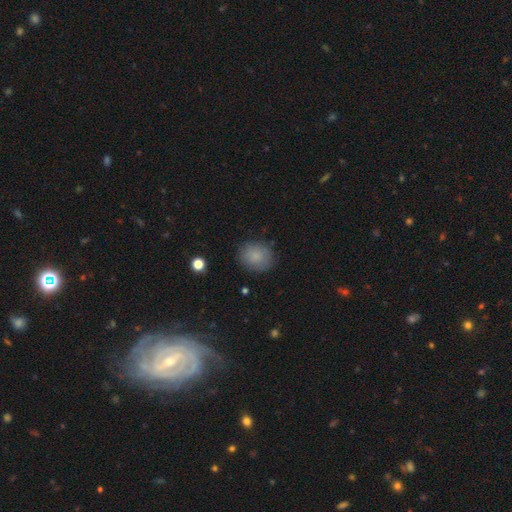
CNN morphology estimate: Q: Smooth or featured?
A: smooth (84%); runner-up: star or artifact (9%)
Q: How rounded?
A: round (75%); runner-up: in between (24%)
Q: Merging?
A: none (83%); runner-up: minor disturbance (12%)